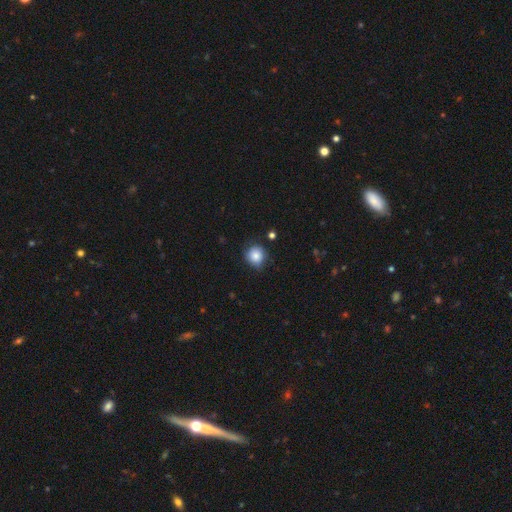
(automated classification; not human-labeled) smooth 83%, star or artifact 9%, featured or disk 8%. Down the decision tree: how rounded — round (85%); merging — none (75%).